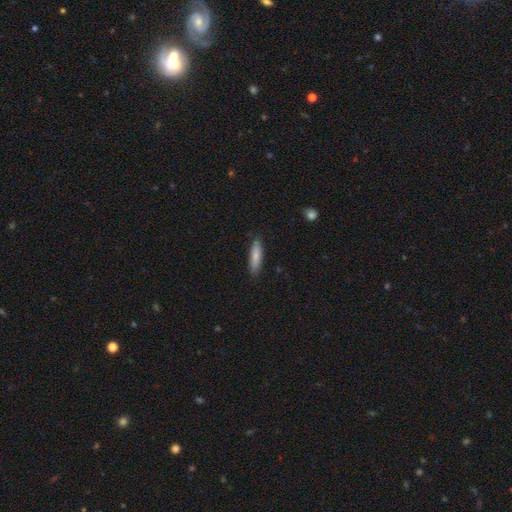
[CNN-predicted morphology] Smooth or featured: smooth — 79% (featured or disk — 16%)
How rounded: cigar-shaped — 72% (in between — 26%)
Merging: none — 87% (minor disturbance — 10%)